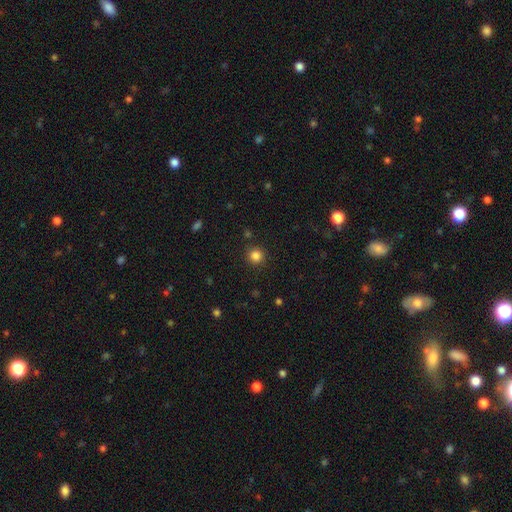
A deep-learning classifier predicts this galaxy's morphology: Smooth or featured: smooth — 83% (star or artifact — 13%)
How rounded: round — 94% (in between — 5%)
Merging: none — 91% (minor disturbance — 6%)